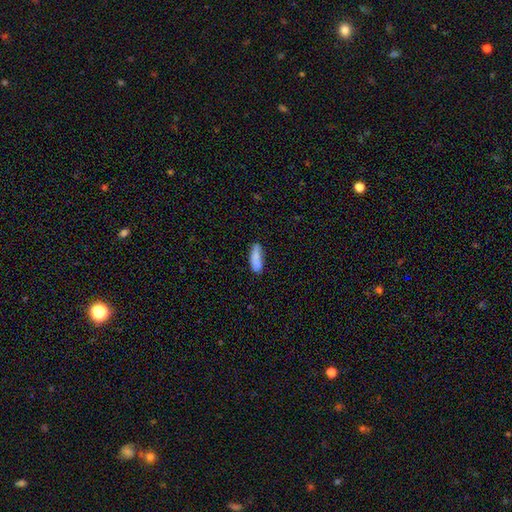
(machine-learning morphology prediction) smooth-or-featured: smooth: 75% | featured or disk: 18% | star or artifact: 7%
  how-rounded: in between: 57% | cigar-shaped: 40% | round: 2%
  merging: none: 65% | minor disturbance: 18% | merger: 12% | major disturbance: 5%